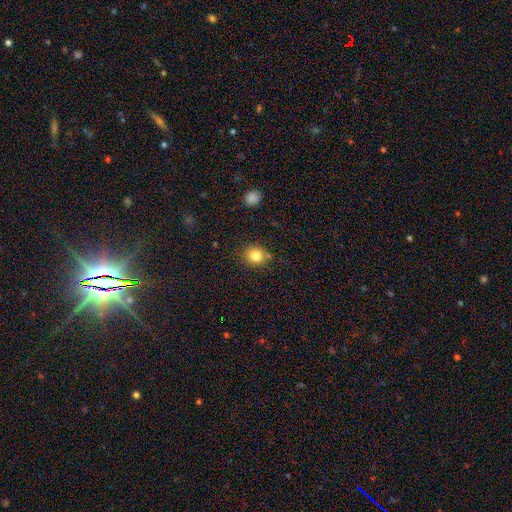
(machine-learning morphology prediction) A smooth galaxy with no disk features (82%) that is round (82%).

Vote fractions:
- Smooth or featured? smooth: 82% / star or artifact: 11% / featured or disk: 7%
- How rounded? round: 82% / in between: 18% / cigar-shaped: 1%
- Merging? none: 80% / minor disturbance: 13% / merger: 4% / major disturbance: 3%